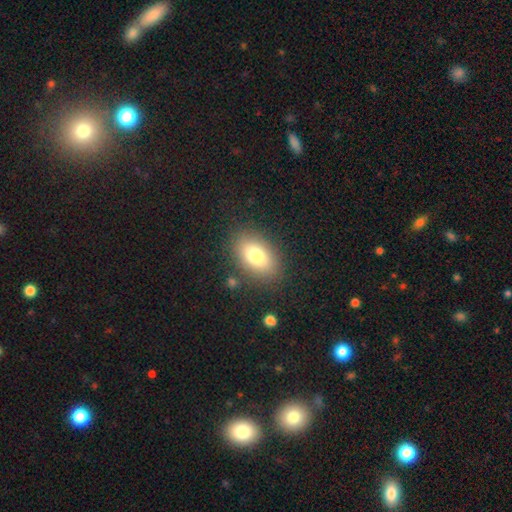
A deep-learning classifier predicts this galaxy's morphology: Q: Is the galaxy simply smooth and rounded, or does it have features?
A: smooth — 78%.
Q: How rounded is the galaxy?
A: in between — 87%.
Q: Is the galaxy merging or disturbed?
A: none — 84%.